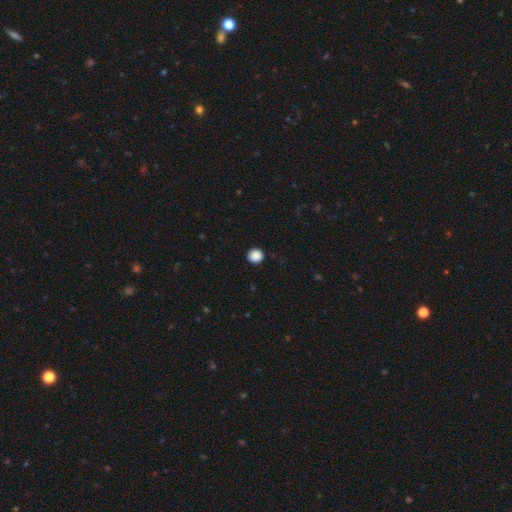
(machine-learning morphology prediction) Smooth or featured?
  - smooth: 89% *
  - star or artifact: 9%
  - featured or disk: 2%
How rounded?
  - round: 92% *
  - in between: 7%
  - cigar-shaped: 1%
Merging?
  - none: 92% *
  - minor disturbance: 5%
  - major disturbance: 2%
  - merger: 1%